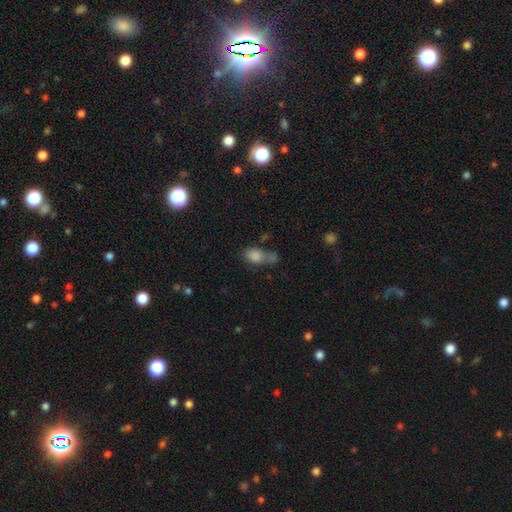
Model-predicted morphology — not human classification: This appears to be a smooth galaxy with no disk features (81%) that is in between round and cigar-shaped (80%). Merging: merger (40%).